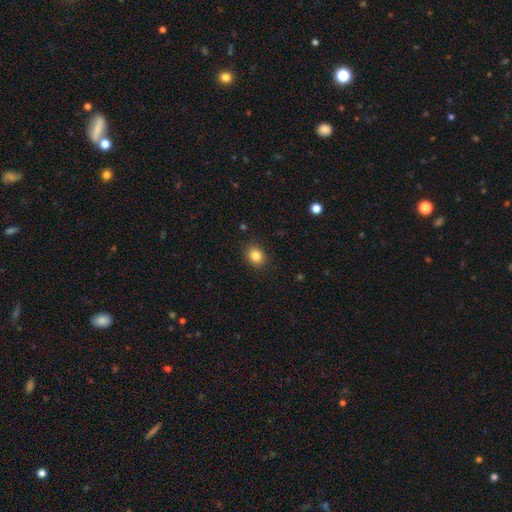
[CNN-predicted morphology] smooth-or-featured: smooth: 85% | star or artifact: 10% | featured or disk: 5%
  how-rounded: round: 54% | in between: 45% | cigar-shaped: 1%
  merging: none: 88% | minor disturbance: 8% | major disturbance: 2% | merger: 1%